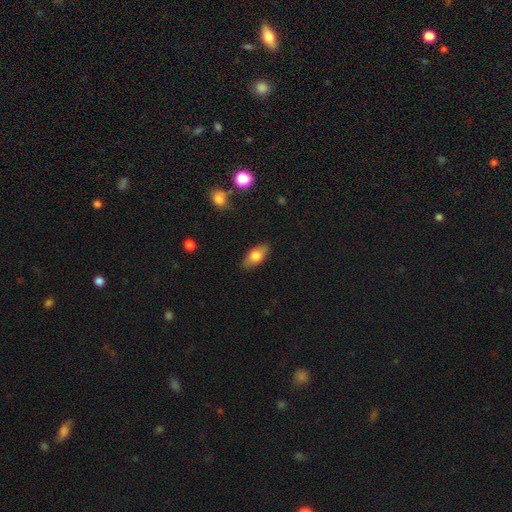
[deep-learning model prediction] smooth-or-featured: smooth: 74% | featured or disk: 19% | star or artifact: 7%
  how-rounded: in between: 86% | cigar-shaped: 10% | round: 4%
  merging: none: 85% | minor disturbance: 11% | major disturbance: 2% | merger: 1%